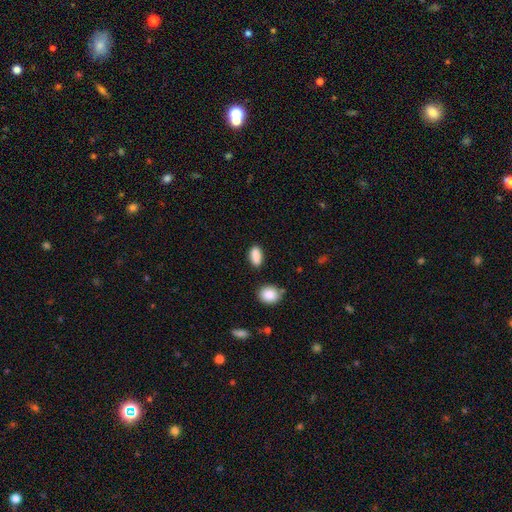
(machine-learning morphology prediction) type=smooth (88%); roundness=in between (84%); merging=none (82%).